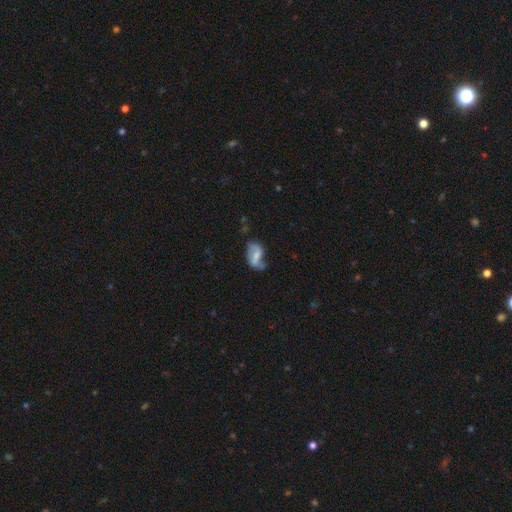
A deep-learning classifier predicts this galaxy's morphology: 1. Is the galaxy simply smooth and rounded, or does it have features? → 58% featured or disk, 34% smooth, 8% star or artifact.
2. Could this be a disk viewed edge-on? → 96% no, 4% yes.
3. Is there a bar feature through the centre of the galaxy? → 43% weak, 31% no, 26% strong.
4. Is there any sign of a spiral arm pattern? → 78% yes, 22% no.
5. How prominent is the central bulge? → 39% small, 31% moderate, 23% none, 5% large, 2% dominant.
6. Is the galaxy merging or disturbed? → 43% none, 29% minor disturbance, 19% major disturbance, 8% merger.